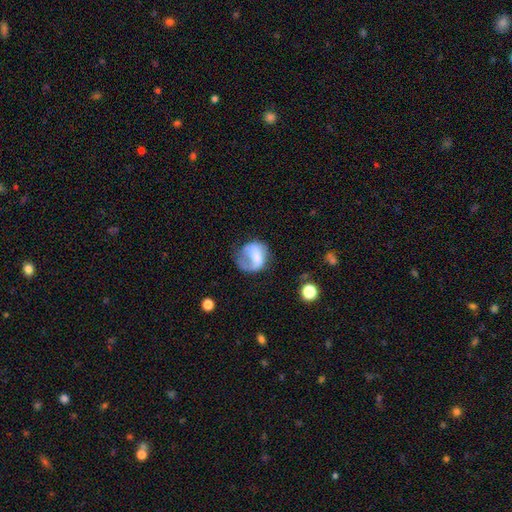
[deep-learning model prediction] Q: Smooth or featured?
A: featured or disk (51%); runner-up: smooth (41%)
Q: Edge-on disk?
A: no (97%); runner-up: yes (3%)
Q: Merging?
A: none (38%); runner-up: major disturbance (35%)